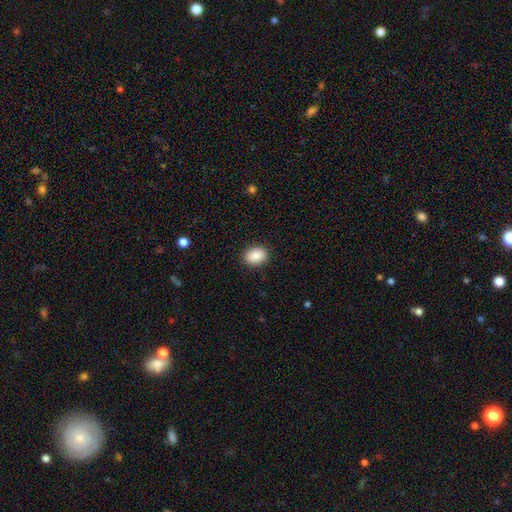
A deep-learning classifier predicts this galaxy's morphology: A smooth galaxy with no disk features (86%) that is in between round and cigar-shaped (68%).

Vote fractions:
- Smooth or featured? smooth: 86% / star or artifact: 8% / featured or disk: 6%
- How rounded? in between: 68% / round: 31% / cigar-shaped: 1%
- Merging? none: 90% / minor disturbance: 8% / major disturbance: 2% / merger: 1%